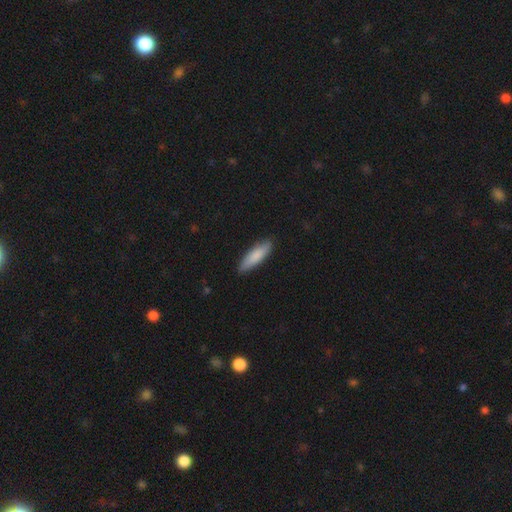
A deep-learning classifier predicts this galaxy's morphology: The model was most divided on "how rounded": cigar-shaped: 63%, in between: 35%, round: 1%. More confident: merging — none (86%); smooth or featured — smooth (83%).